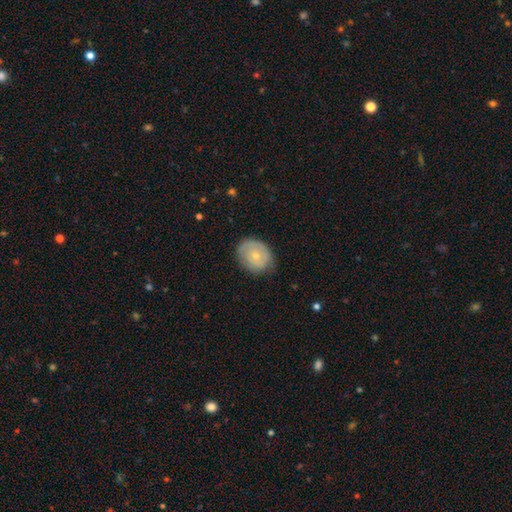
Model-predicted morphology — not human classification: smooth 53%, featured or disk 41%, star or artifact 7%. Down the decision tree: how rounded — round (52%); merging — none (71%).